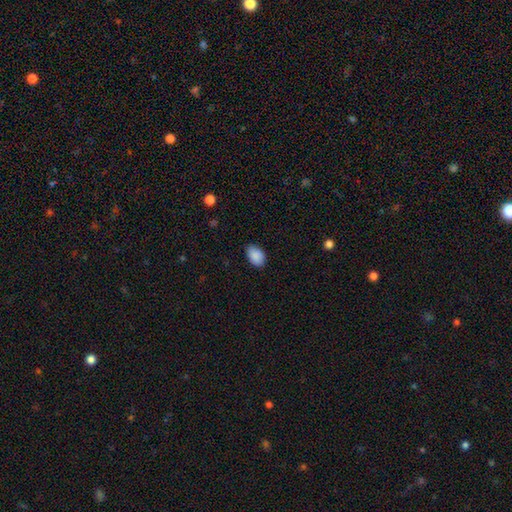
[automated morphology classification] smooth 90%, star or artifact 7%, featured or disk 4%. Down the decision tree: how rounded — in between (87%); merging — none (83%).